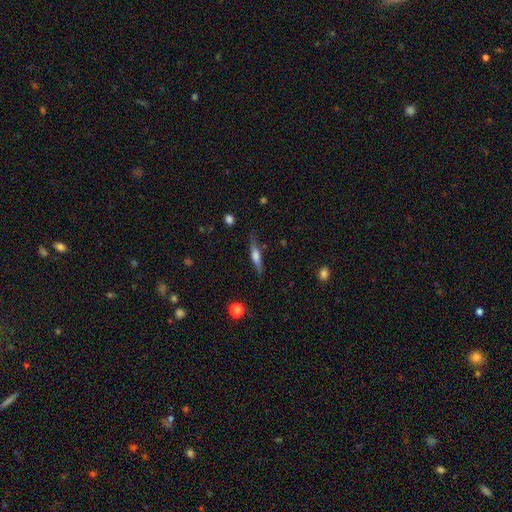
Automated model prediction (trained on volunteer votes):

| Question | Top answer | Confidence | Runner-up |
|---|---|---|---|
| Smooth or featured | featured or disk | 50% | smooth (43%) |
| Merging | none | 80% | minor disturbance (14%) |